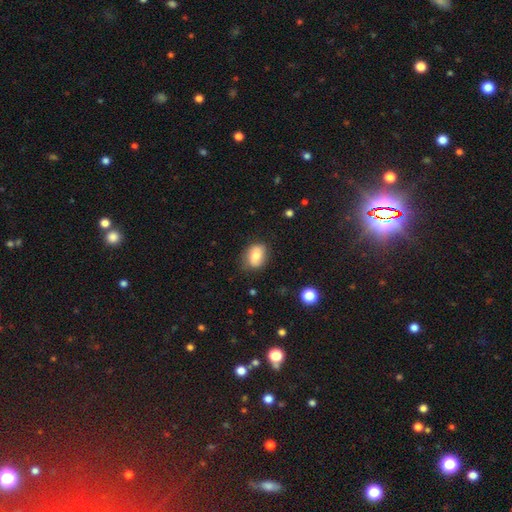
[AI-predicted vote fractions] smooth-or-featured: smooth: 74% | featured or disk: 17% | star or artifact: 8%
  how-rounded: in between: 69% | round: 30% | cigar-shaped: 1%
  merging: none: 73% | minor disturbance: 21% | major disturbance: 5% | merger: 1%